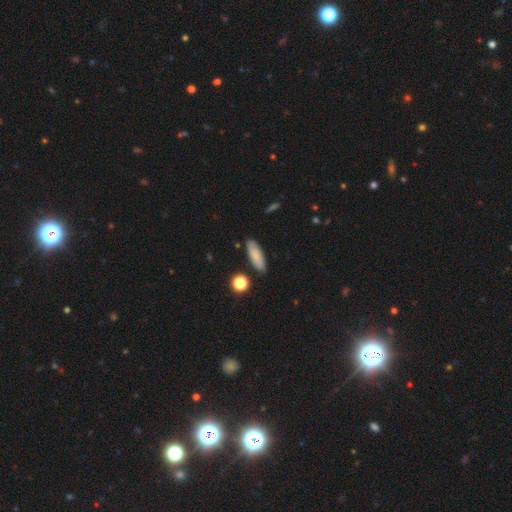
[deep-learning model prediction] smooth_or_featured: smooth (p=0.77) [alt: featured or disk p=0.15]
how_rounded: in between (p=0.67) [alt: cigar-shaped p=0.31]
merging: none (p=0.82) [alt: minor disturbance p=0.13]